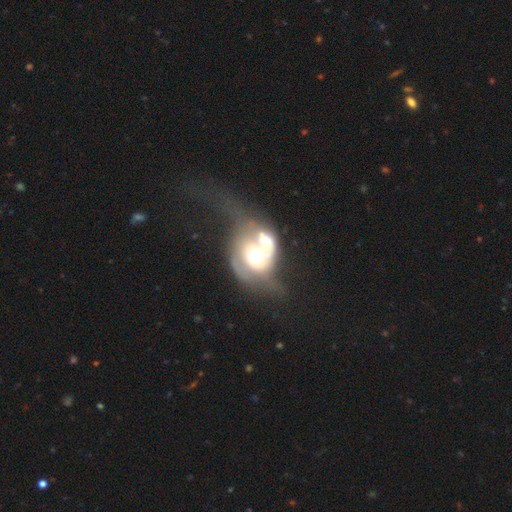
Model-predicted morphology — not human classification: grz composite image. It shows a featured or disk galaxy (65%) with no bar (79%), spiral arms (54%) and a moderate central bulge (44%). Merging: merger (57%).